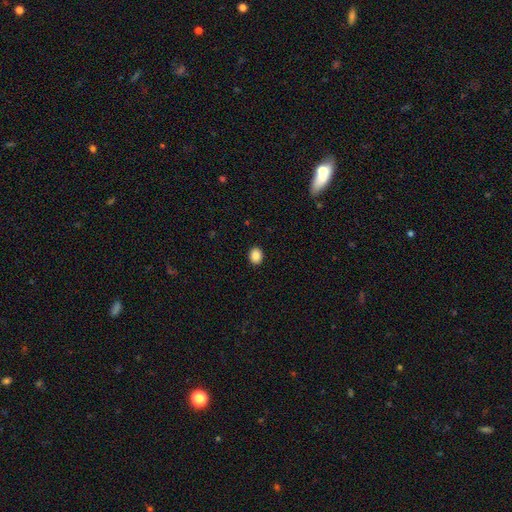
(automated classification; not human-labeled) Smooth or featured: smooth — 89% (star or artifact — 9%)
How rounded: round — 54% (in between — 45%)
Merging: none — 91% (minor disturbance — 6%)